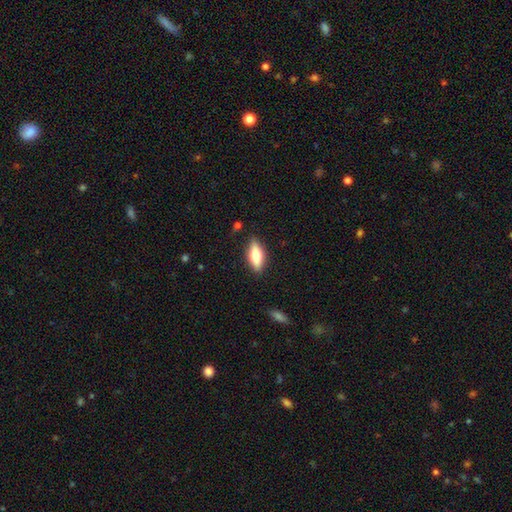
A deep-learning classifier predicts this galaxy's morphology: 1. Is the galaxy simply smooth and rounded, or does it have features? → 61% smooth, 33% featured or disk, 7% star or artifact.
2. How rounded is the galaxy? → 69% in between, 28% cigar-shaped, 3% round.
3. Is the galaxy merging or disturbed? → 86% none, 10% minor disturbance, 2% major disturbance, 2% merger.